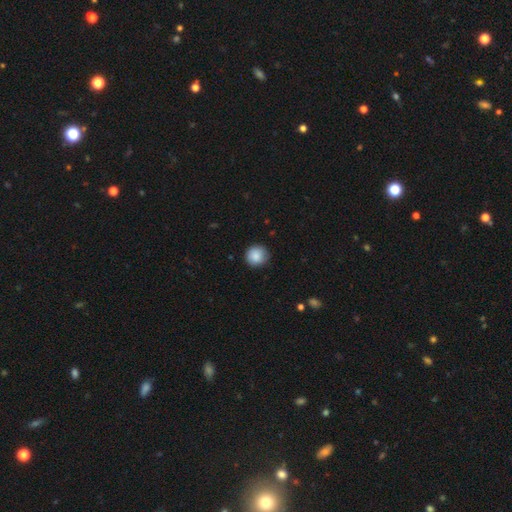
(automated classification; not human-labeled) smooth-or-featured: smooth: 88% | star or artifact: 8% | featured or disk: 4%
  how-rounded: round: 93% | in between: 6% | cigar-shaped: 1%
  merging: none: 85% | minor disturbance: 12% | major disturbance: 2% | merger: 1%